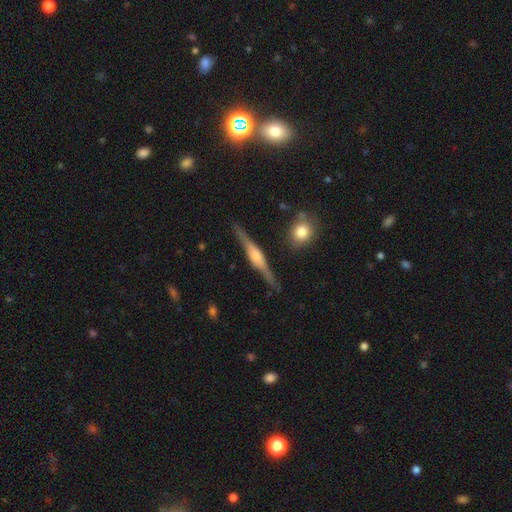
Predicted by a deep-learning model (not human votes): Smooth or featured?
  - featured or disk: 81% *
  - smooth: 13%
  - star or artifact: 6%
Edge-on disk?
  - yes: 98% *
  - no: 2%
Edge-on bulge?
  - rounded: 80% *
  - boxy: 16%
  - none: 4%
Merging?
  - none: 87% *
  - minor disturbance: 9%
  - major disturbance: 2%
  - merger: 2%